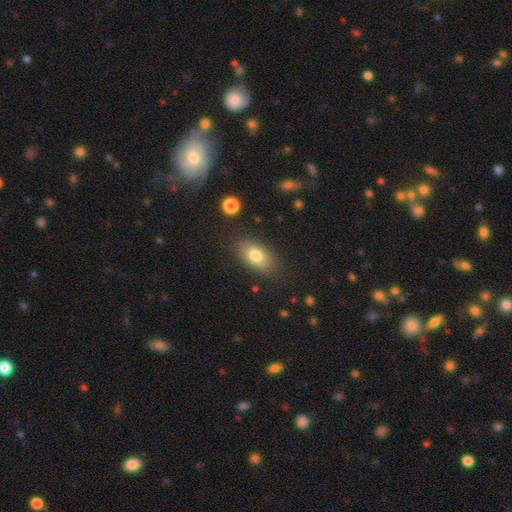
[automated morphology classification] Q: Smooth or featured?
A: smooth (77%); runner-up: featured or disk (14%)
Q: How rounded?
A: in between (88%); runner-up: round (9%)
Q: Merging?
A: none (82%); runner-up: minor disturbance (12%)